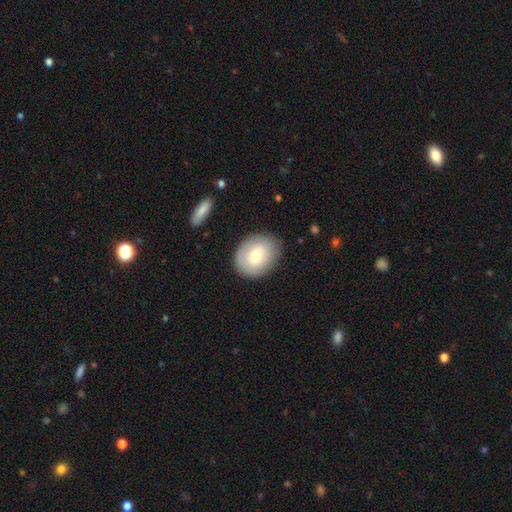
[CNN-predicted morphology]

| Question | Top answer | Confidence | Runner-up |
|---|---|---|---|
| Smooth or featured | smooth | 70% | featured or disk (23%) |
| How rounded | in between | 51% | round (48%) |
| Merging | none | 83% | minor disturbance (12%) |